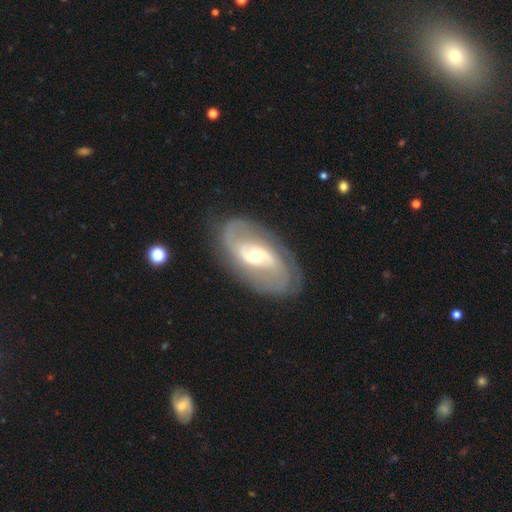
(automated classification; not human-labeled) featured or disk 85%, smooth 10%, star or artifact 5%. Down the decision tree: edge-on disk — no (95%); bar — weak (43%); spiral arms — yes (93%); spiral arm count — 2 (80%); spiral winding — medium (45%); bulge size — moderate (55%); merging — none (78%).